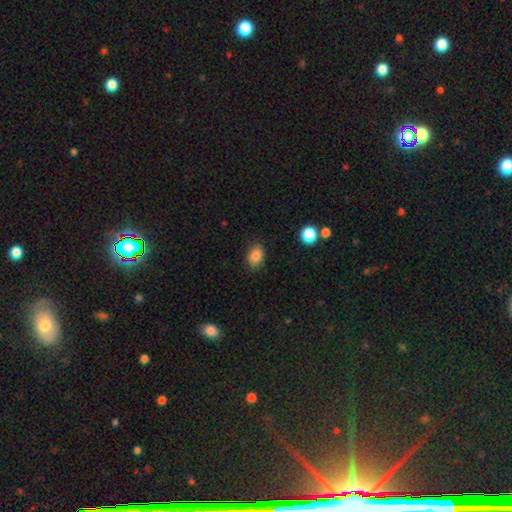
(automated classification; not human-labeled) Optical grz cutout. It shows a smooth galaxy with no disk features (85%) that is in between round and cigar-shaped (75%). Merging: none (84%).